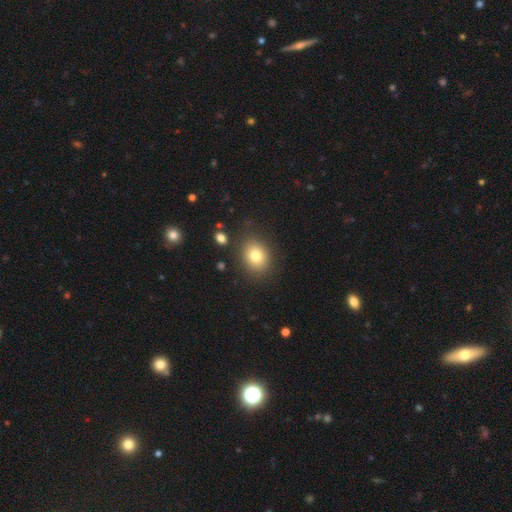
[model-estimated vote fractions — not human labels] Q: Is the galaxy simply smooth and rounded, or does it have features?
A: smooth — 79%.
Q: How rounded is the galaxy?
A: round — 54%.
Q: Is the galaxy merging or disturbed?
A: none — 84%.